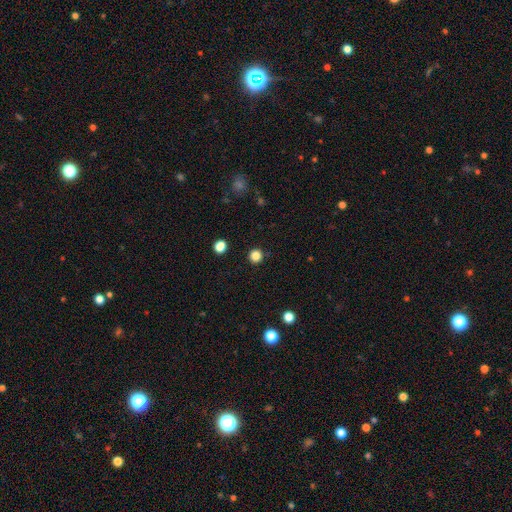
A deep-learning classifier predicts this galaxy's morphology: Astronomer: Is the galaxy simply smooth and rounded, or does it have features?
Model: smooth — 84%.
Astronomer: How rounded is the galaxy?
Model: round — 95%.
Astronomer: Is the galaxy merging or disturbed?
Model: none — 92%.